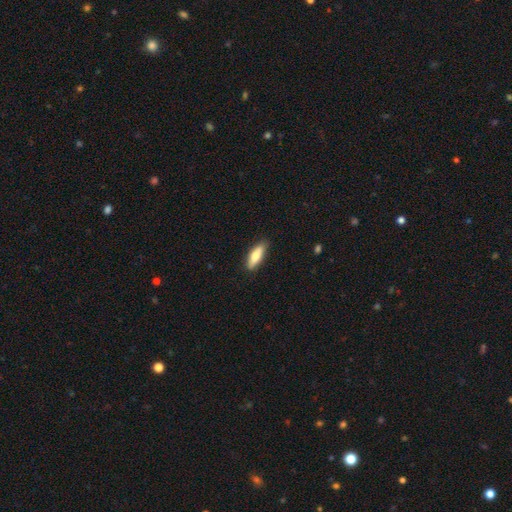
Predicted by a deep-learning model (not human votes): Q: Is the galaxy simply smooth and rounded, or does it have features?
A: smooth — 76%.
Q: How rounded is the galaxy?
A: in between — 51%.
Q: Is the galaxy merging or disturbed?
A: none — 86%.